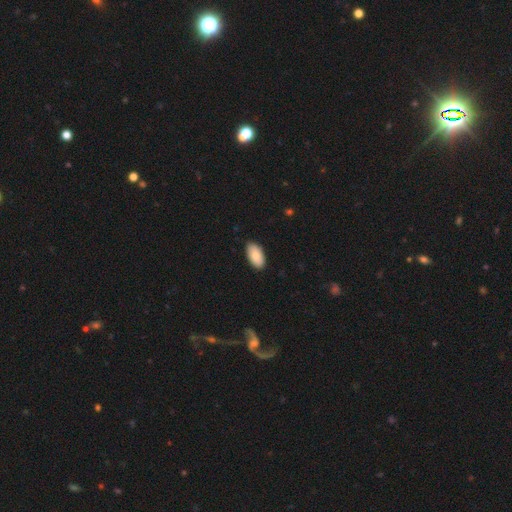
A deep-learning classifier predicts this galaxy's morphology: Smooth or featured: smooth — 86% (featured or disk — 8%)
How rounded: in between — 96% (round — 2%)
Merging: none — 88% (minor disturbance — 9%)